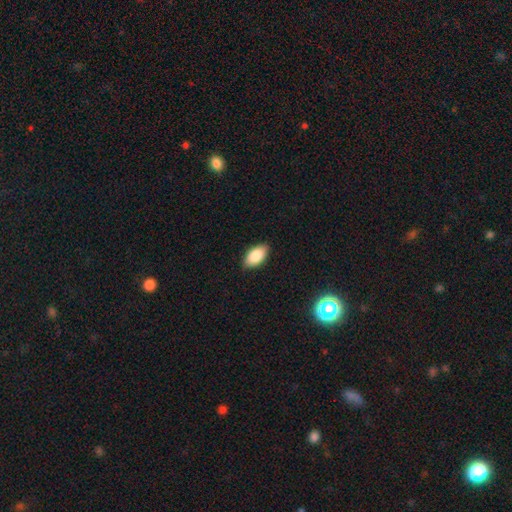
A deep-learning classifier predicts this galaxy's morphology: type=smooth (88%); roundness=in between (95%); merging=none (87%).